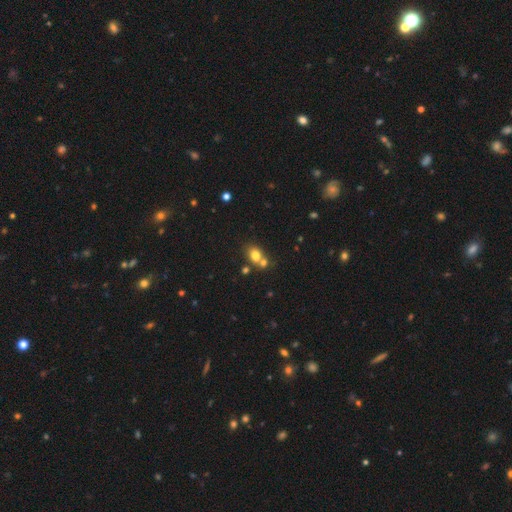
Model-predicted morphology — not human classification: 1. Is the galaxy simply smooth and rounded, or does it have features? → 77% smooth, 12% star or artifact, 10% featured or disk.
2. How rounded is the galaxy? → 51% round, 48% in between, 1% cigar-shaped.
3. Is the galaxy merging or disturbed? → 48% none, 39% merger, 10% minor disturbance, 4% major disturbance.